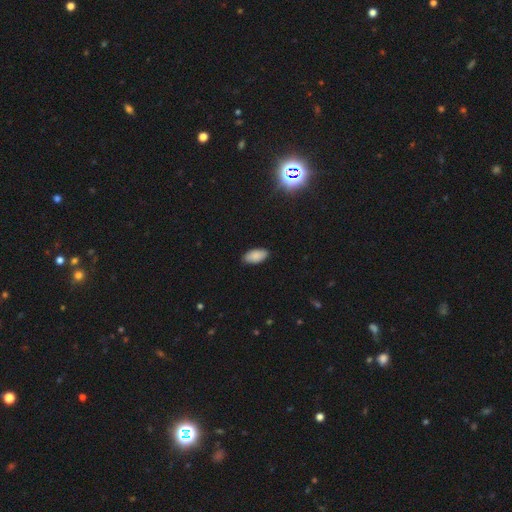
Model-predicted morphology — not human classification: Smooth or featured: smooth — 85% (star or artifact — 8%)
How rounded: in between — 94% (cigar-shaped — 3%)
Merging: none — 87% (minor disturbance — 10%)